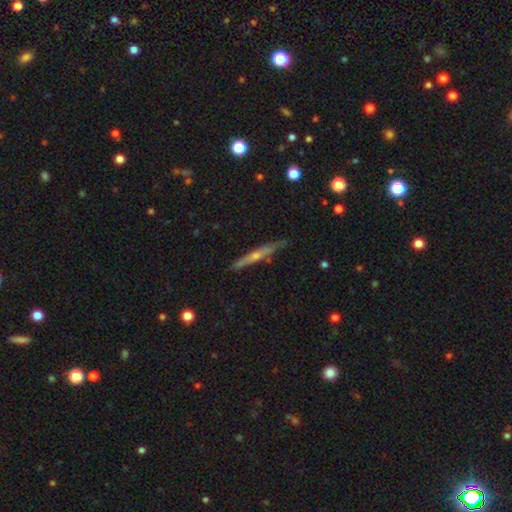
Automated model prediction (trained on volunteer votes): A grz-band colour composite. It shows a featured or disk galaxy (62%) viewed edge-on (95%) with a rounded central bulge (65%). Merging: none (78%).